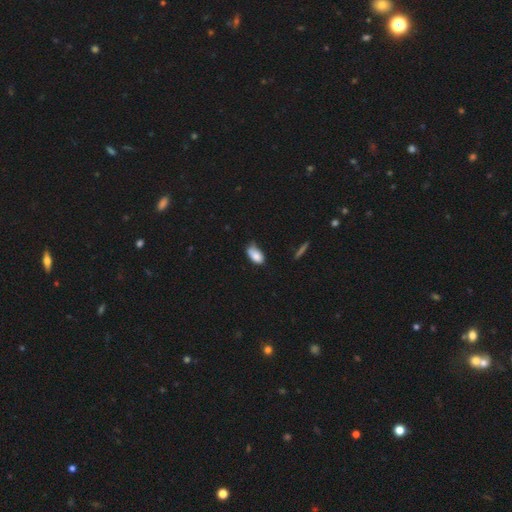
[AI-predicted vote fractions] Morphology: type=smooth (82%); roundness=in between (92%); merging=minor disturbance (44%).